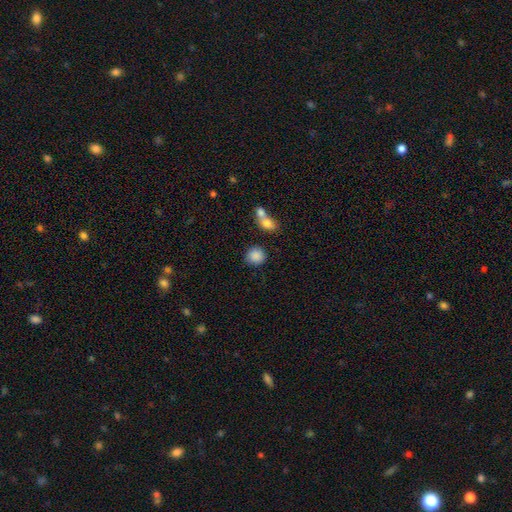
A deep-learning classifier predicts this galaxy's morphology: smooth-or-featured: smooth: 87% | star or artifact: 9% | featured or disk: 5%
  how-rounded: round: 85% | in between: 14% | cigar-shaped: 1%
  merging: none: 74% | merger: 12% | minor disturbance: 10% | major disturbance: 4%